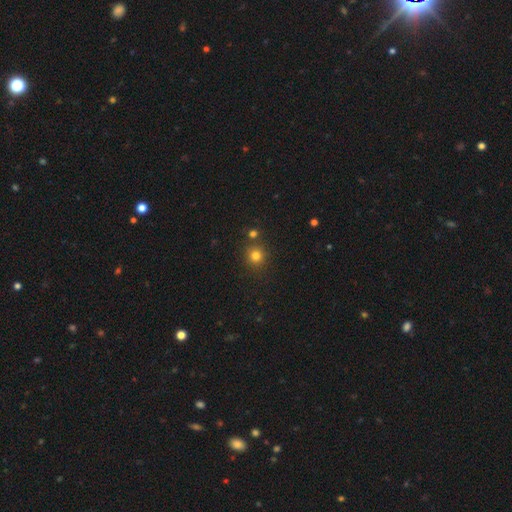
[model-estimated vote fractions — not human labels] Smooth or featured? smooth (79%)
How rounded? round (92%)
Merging? none (82%)